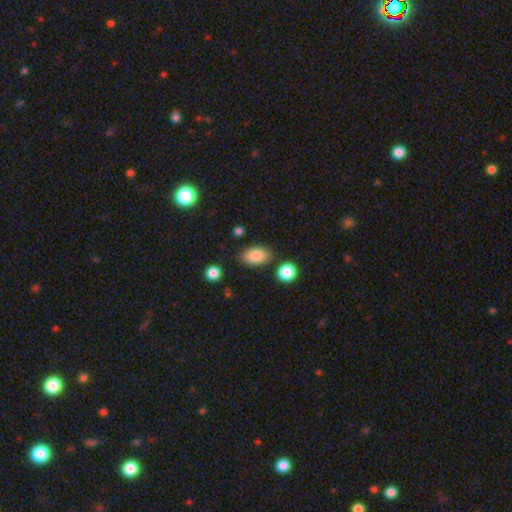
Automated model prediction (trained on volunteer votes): Q: Smooth or featured?
A: smooth (86%); runner-up: star or artifact (7%)
Q: How rounded?
A: in between (91%); runner-up: round (8%)
Q: Merging?
A: none (78%); runner-up: minor disturbance (14%)